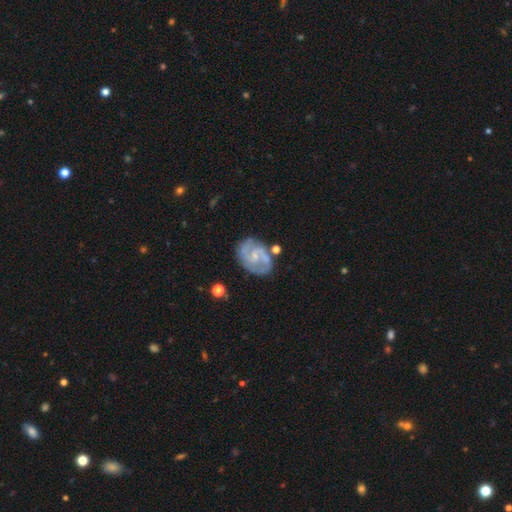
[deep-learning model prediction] Morphology: type=featured or disk (82%); edge-on=no (98%); bar=no (49%); spiral arms=yes (94%); winding=medium (51%); arm count=2 (70%); bulge=small (72%); merging=none (70%).